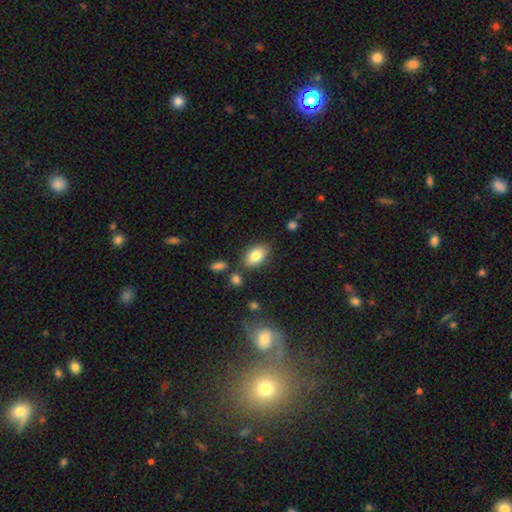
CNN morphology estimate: This is clearly a smooth galaxy (83%). How rounded: clearly in between (91%). Merging: likely none (79%).